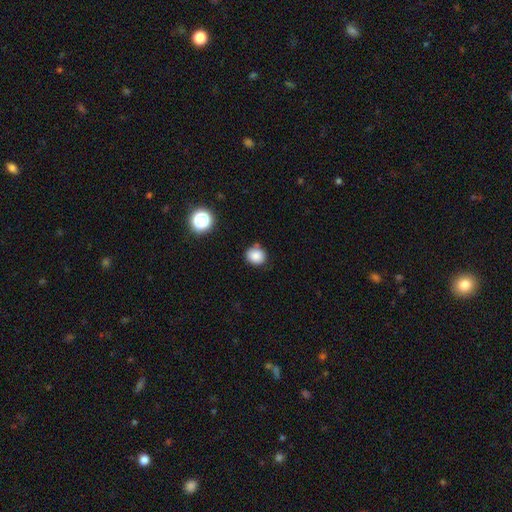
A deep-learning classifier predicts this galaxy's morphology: smooth-or-featured: smooth: 84% | star or artifact: 11% | featured or disk: 5%
  how-rounded: round: 79% | in between: 20% | cigar-shaped: 1%
  merging: none: 81% | minor disturbance: 13% | merger: 3% | major disturbance: 3%